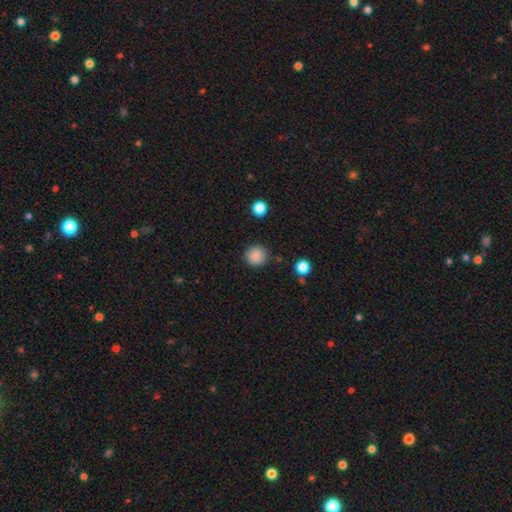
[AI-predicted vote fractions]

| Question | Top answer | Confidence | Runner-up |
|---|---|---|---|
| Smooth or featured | smooth | 87% | star or artifact (10%) |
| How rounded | round | 95% | in between (4%) |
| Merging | none | 89% | minor disturbance (7%) |